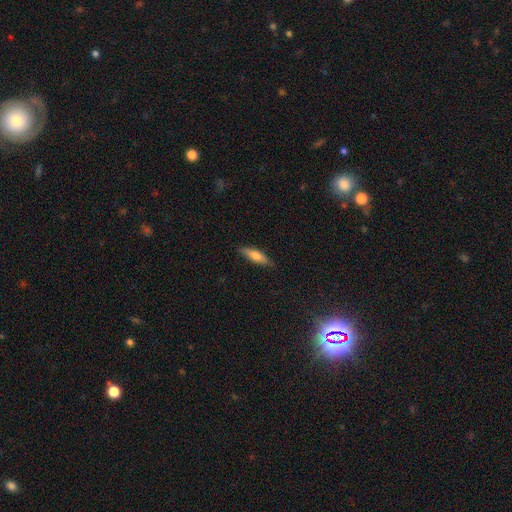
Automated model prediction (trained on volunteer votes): This is likely a smooth galaxy (64%). How rounded: likely cigar-shaped (61%). Merging: clearly none (84%).